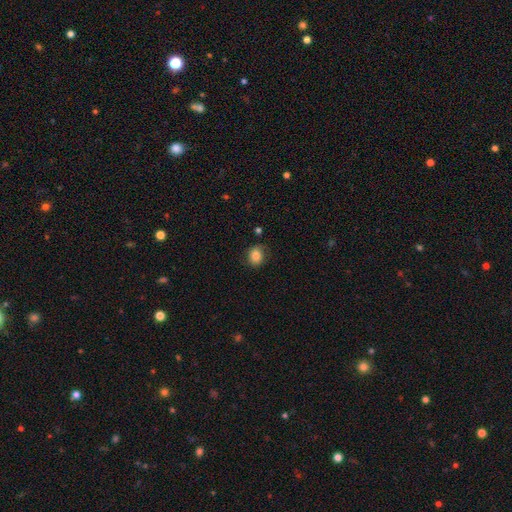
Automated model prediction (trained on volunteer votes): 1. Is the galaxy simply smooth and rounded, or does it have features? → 82% smooth, 9% star or artifact, 9% featured or disk.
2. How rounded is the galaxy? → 61% round, 38% in between, 1% cigar-shaped.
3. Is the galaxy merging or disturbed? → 75% none, 18% minor disturbance, 5% major disturbance, 2% merger.